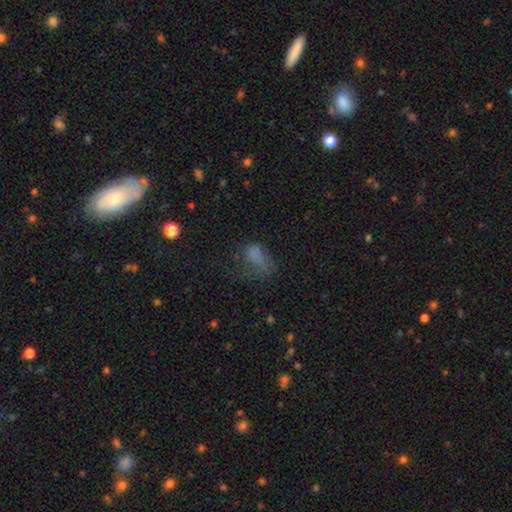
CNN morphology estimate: Overall: smooth (66%). How rounded: in between (84%). Merging: major disturbance (47%; none 26%).